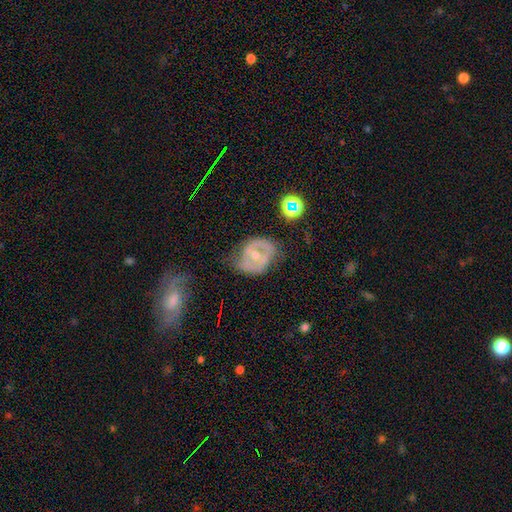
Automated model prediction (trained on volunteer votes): Overall: featured or disk (71%). Edge-on disk: no (96%). Bar: no (39%; weak 38%). Spiral arms: yes (64%; no 36%). Bulge size: moderate (52%; small 44%). Merging: none (51%; minor disturbance 29%).